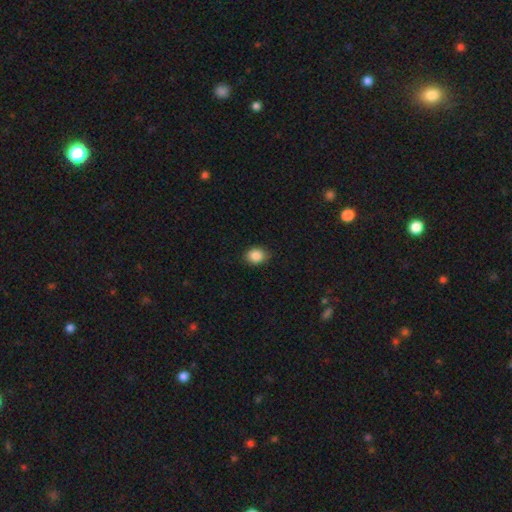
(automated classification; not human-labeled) smooth-or-featured: smooth: 88% | star or artifact: 9% | featured or disk: 4%
  how-rounded: in between: 53% | round: 46% | cigar-shaped: 1%
  merging: none: 85% | minor disturbance: 12% | major disturbance: 2% | merger: 1%